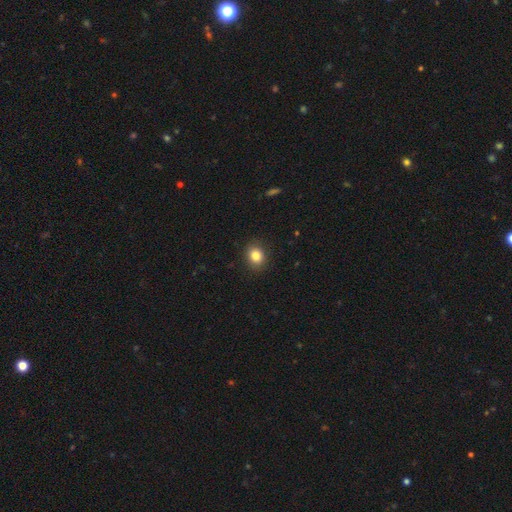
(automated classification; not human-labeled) smooth 84%, star or artifact 10%, featured or disk 6%. Down the decision tree: how rounded — round (63%); merging — none (89%).